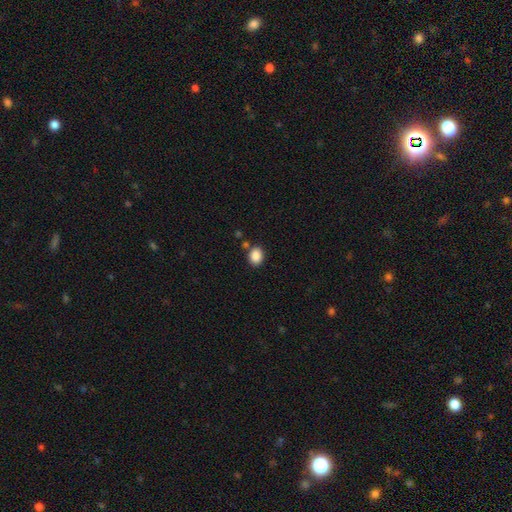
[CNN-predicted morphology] A smooth galaxy with no disk features (88%) that is in between round and cigar-shaped (60%).

Vote fractions:
- Smooth or featured? smooth: 88% / star or artifact: 9% / featured or disk: 3%
- How rounded? in between: 60% / round: 39% / cigar-shaped: 1%
- Merging? none: 78% / minor disturbance: 11% / merger: 8% / major disturbance: 3%